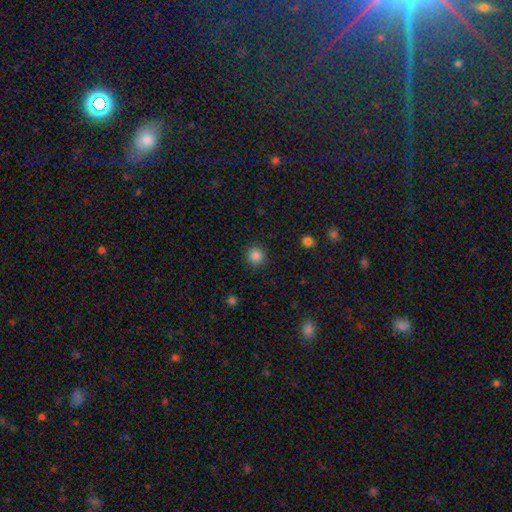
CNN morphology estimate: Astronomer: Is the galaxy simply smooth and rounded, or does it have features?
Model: smooth — 86%.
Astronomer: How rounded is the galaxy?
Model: round — 93%.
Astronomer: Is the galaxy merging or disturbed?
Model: none — 90%.